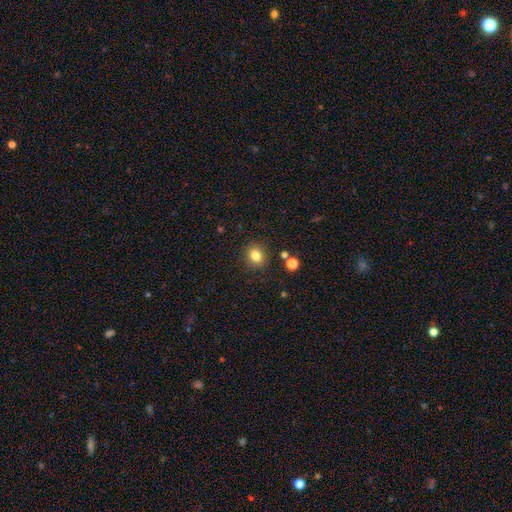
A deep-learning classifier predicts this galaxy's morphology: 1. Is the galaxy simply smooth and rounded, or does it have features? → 81% smooth, 12% star or artifact, 7% featured or disk.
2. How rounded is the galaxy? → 66% round, 33% in between, 1% cigar-shaped.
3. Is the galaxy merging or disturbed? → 87% none, 8% minor disturbance, 3% merger, 3% major disturbance.